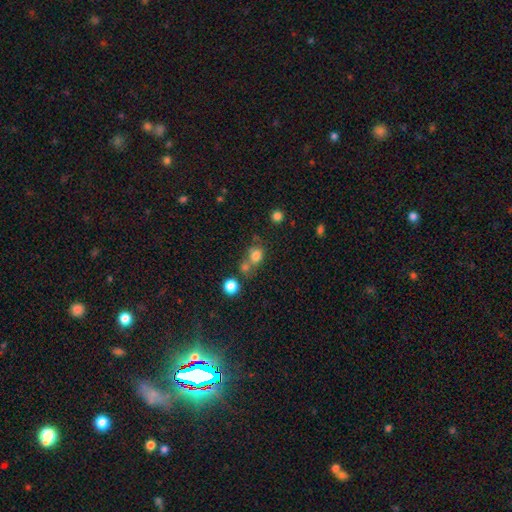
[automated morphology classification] This is likely a smooth galaxy (76%). How rounded: likely round (62%). Merging: marginally none (45%).